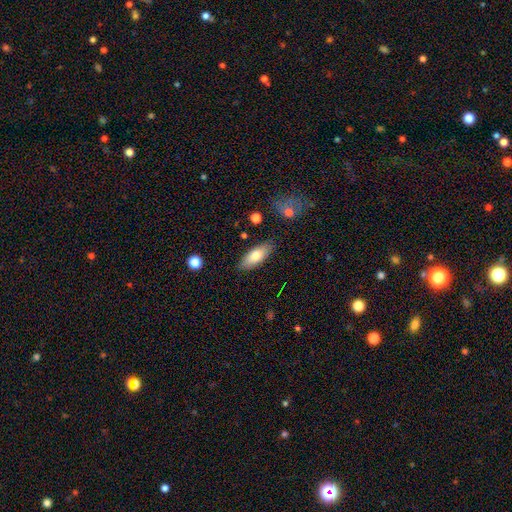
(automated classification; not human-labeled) Q: Smooth or featured?
A: smooth (75%); runner-up: featured or disk (19%)
Q: How rounded?
A: in between (81%); runner-up: cigar-shaped (17%)
Q: Merging?
A: none (85%); runner-up: minor disturbance (11%)